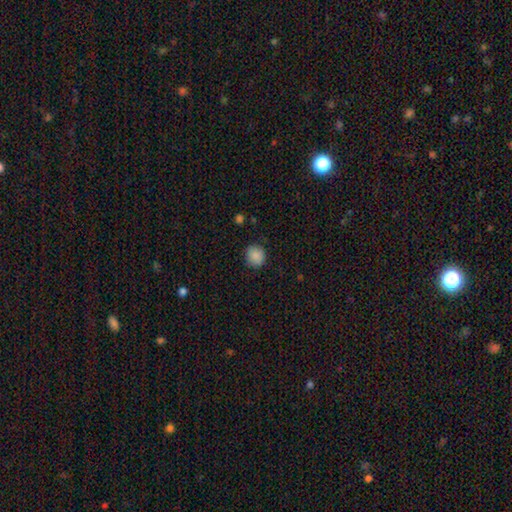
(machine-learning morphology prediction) Smooth or featured: smooth — 87% (star or artifact — 9%)
How rounded: round — 83% (in between — 16%)
Merging: none — 86% (minor disturbance — 10%)